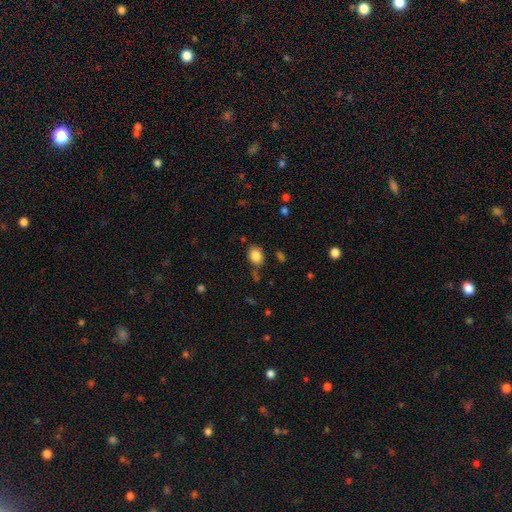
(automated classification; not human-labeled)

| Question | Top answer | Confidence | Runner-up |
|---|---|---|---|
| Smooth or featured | smooth | 85% | star or artifact (9%) |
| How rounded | in between | 61% | round (38%) |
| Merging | none | 75% | minor disturbance (15%) |